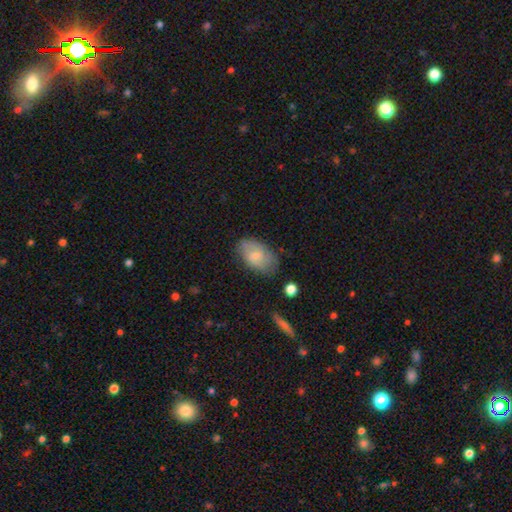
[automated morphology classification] A smooth galaxy with no disk features (69%) that is in between round and cigar-shaped (92%). Merging: none (71%).